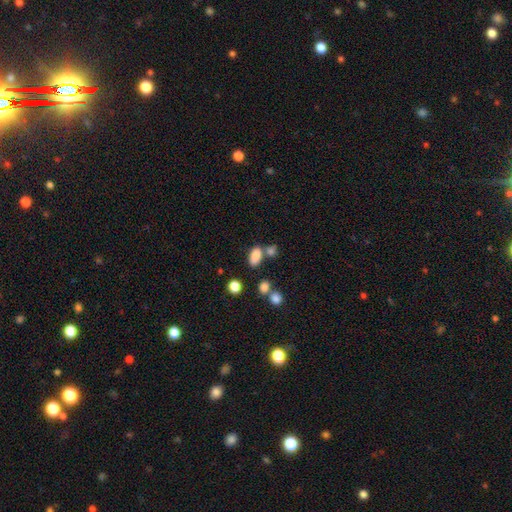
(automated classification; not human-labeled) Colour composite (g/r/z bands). It shows a smooth galaxy with no disk features (83%) that is in between round and cigar-shaped (88%). Merging: none (56%).